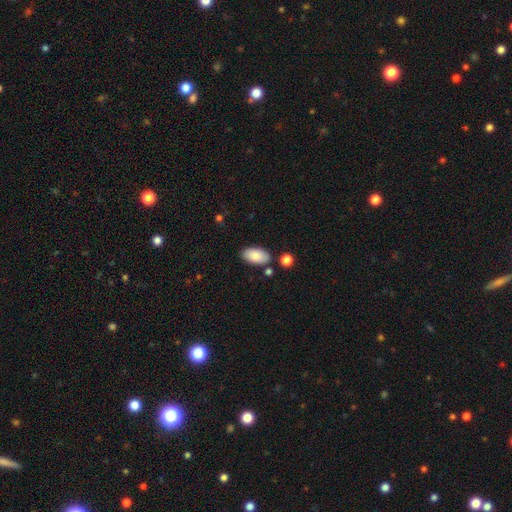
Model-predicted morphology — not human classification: Smooth or featured?
  - smooth: 86% *
  - featured or disk: 8%
  - star or artifact: 6%
How rounded?
  - in between: 95% *
  - round: 2%
  - cigar-shaped: 2%
Merging?
  - none: 81% *
  - minor disturbance: 12%
  - merger: 5%
  - major disturbance: 3%